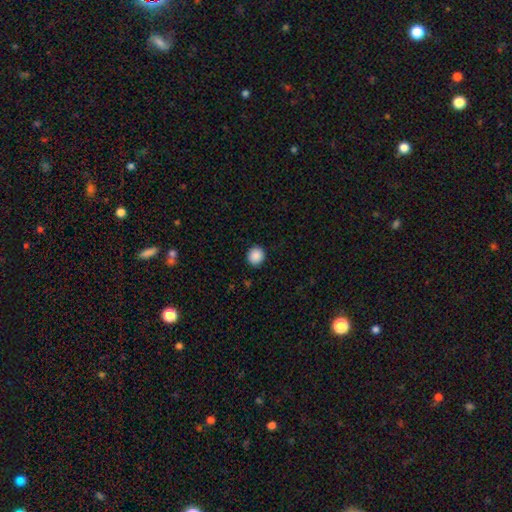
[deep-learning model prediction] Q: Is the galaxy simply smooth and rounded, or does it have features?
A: smooth — 89%.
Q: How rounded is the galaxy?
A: round — 90%.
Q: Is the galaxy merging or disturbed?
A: none — 92%.